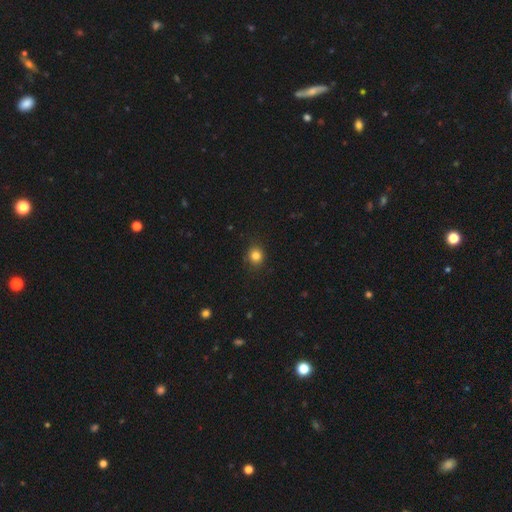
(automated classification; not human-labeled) smooth-or-featured: smooth: 83% | star or artifact: 12% | featured or disk: 5%
  how-rounded: round: 80% | in between: 19% | cigar-shaped: 1%
  merging: none: 86% | minor disturbance: 10% | major disturbance: 3% | merger: 1%